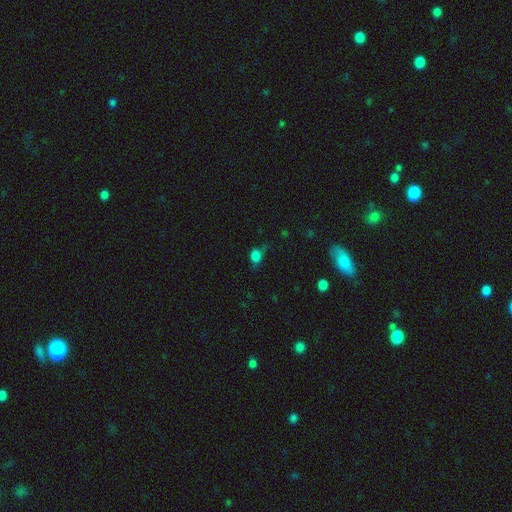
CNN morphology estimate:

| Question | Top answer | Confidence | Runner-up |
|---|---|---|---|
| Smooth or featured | smooth | 75% | star or artifact (16%) |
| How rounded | in between | 58% | round (38%) |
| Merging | none | 47% | minor disturbance (33%) |